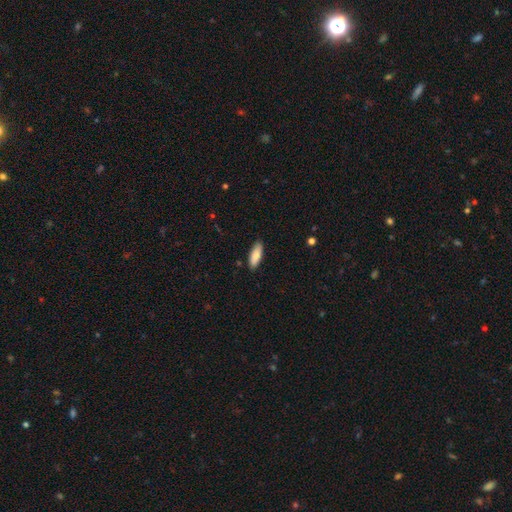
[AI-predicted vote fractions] This is clearly a smooth galaxy (87%). How rounded: likely in between (65%). Merging: clearly none (87%).